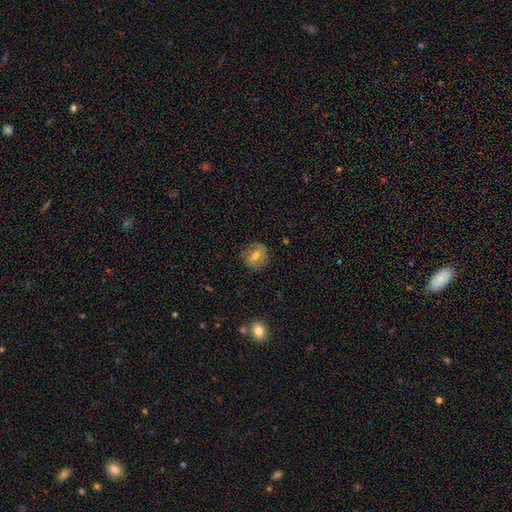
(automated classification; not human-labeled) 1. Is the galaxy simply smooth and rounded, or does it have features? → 54% smooth, 34% featured or disk, 12% star or artifact.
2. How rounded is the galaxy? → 83% round, 16% in between, 1% cigar-shaped.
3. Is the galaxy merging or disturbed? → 83% none, 12% minor disturbance, 4% major disturbance, 1% merger.